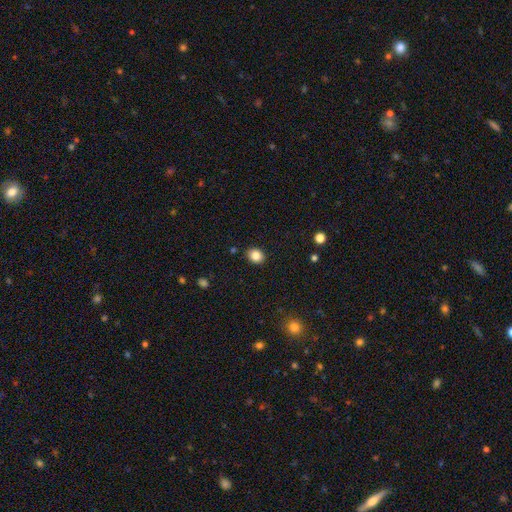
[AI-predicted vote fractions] The model was most divided on "how rounded": round: 58%, in between: 41%, cigar-shaped: 1%. More confident: merging — none (89%); smooth or featured — smooth (84%).